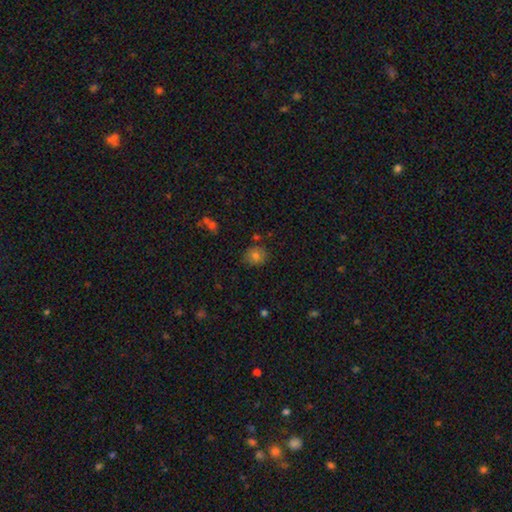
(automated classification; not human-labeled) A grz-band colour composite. It shows a smooth galaxy with no disk features (77%) that is round (76%). Merging: none (80%).